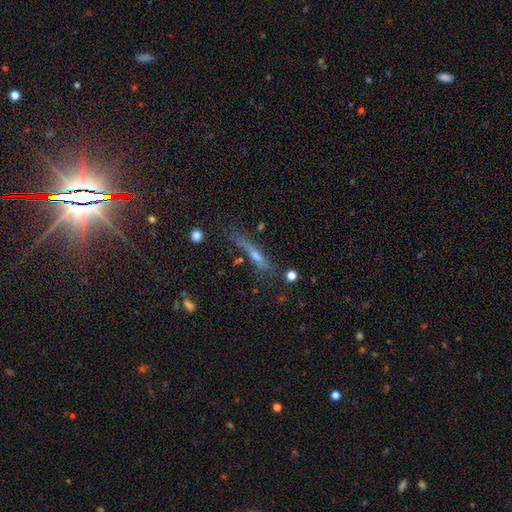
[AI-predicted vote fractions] Smooth or featured? Predicted: featured or disk (p=0.52). Edge-on disk? Predicted: yes (p=0.89). Merging? Predicted: none (p=0.66).